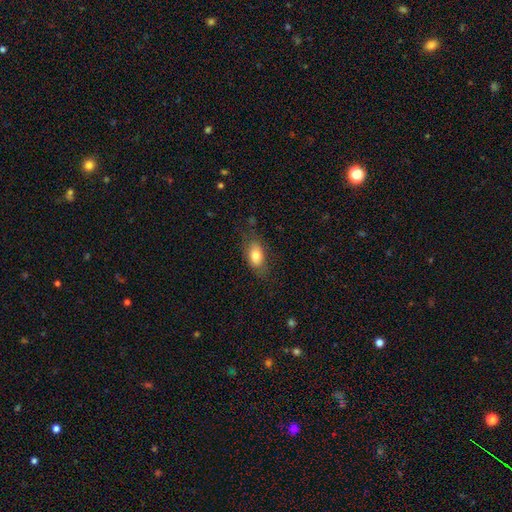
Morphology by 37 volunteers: Overall: smooth (84%). How rounded: in between (77%). Merging: minor disturbance (47%; none 44%).